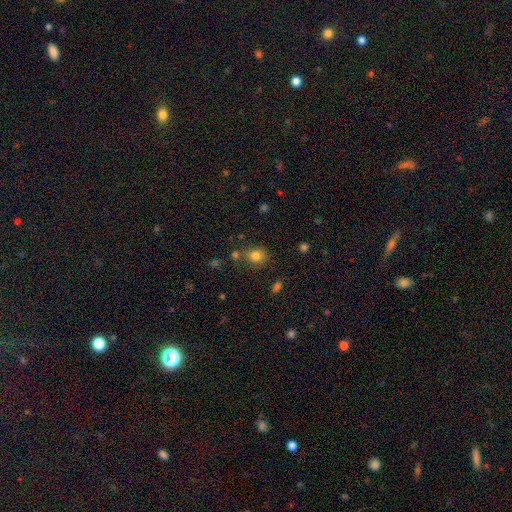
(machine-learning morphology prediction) smooth 80%, star or artifact 13%, featured or disk 7%. Down the decision tree: how rounded — round (72%); merging — none (73%).